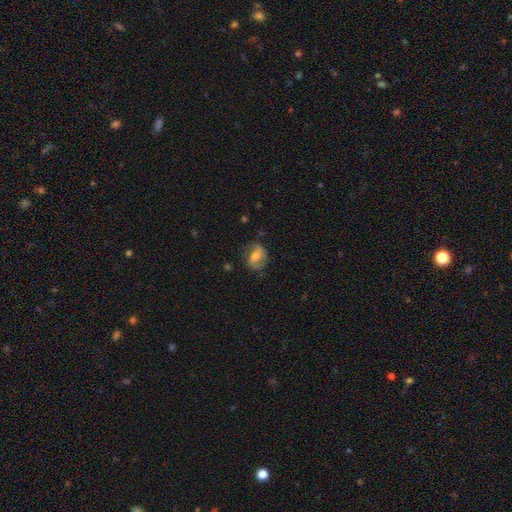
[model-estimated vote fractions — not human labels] Q: Smooth or featured?
A: smooth (56%); runner-up: featured or disk (36%)
Q: How rounded?
A: in between (67%); runner-up: round (30%)
Q: Merging?
A: none (63%); runner-up: minor disturbance (24%)